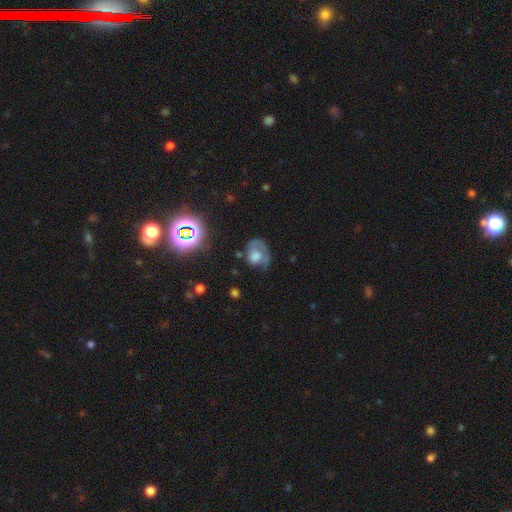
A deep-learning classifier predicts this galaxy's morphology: The model was most divided on "merging": none: 42%, major disturbance: 30%, minor disturbance: 25%, merger: 3%. More confident: edge-on disk — no (97%); smooth or featured — featured or disk (50%).